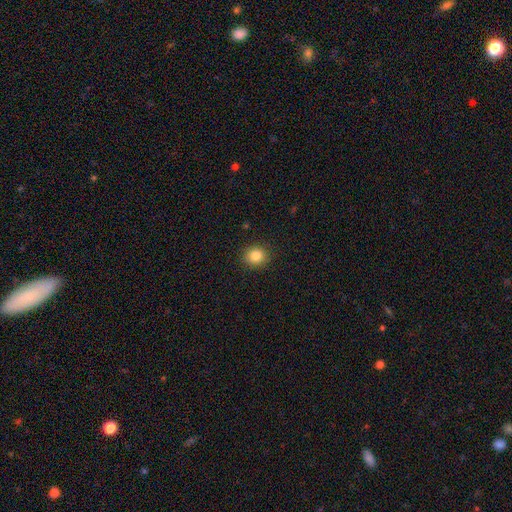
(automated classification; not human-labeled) smooth-or-featured: smooth: 84% | star or artifact: 10% | featured or disk: 6%
  how-rounded: round: 75% | in between: 24% | cigar-shaped: 1%
  merging: none: 89% | minor disturbance: 7% | major disturbance: 2% | merger: 1%